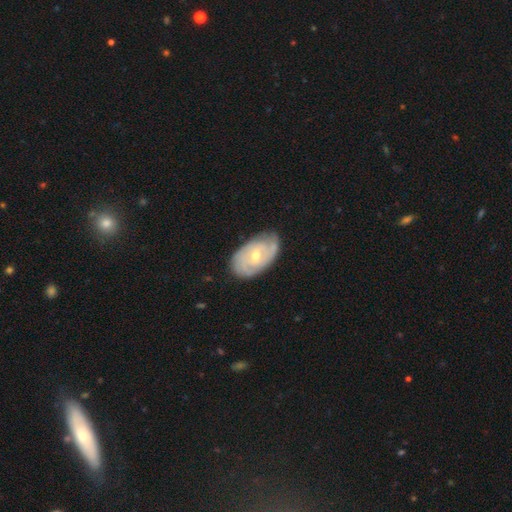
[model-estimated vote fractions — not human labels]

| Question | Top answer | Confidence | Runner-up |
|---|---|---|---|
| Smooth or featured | featured or disk | 75% | smooth (20%) |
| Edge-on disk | no | 95% | yes (5%) |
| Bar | no | 49% | weak (42%) |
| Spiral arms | yes | 88% | no (12%) |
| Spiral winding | tight | 65% | medium (26%) |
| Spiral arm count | can't tell | 40% | 2 (32%) |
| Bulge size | moderate | 53% | small (43%) |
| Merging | none | 76% | minor disturbance (19%) |